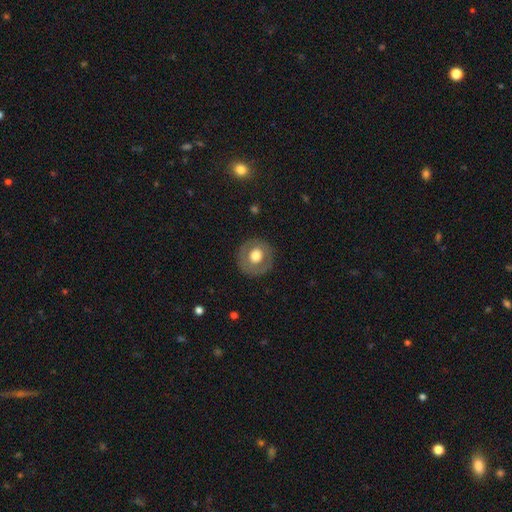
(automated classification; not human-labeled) Morphology: type=smooth (57%); roundness=round (92%); merging=none (86%).